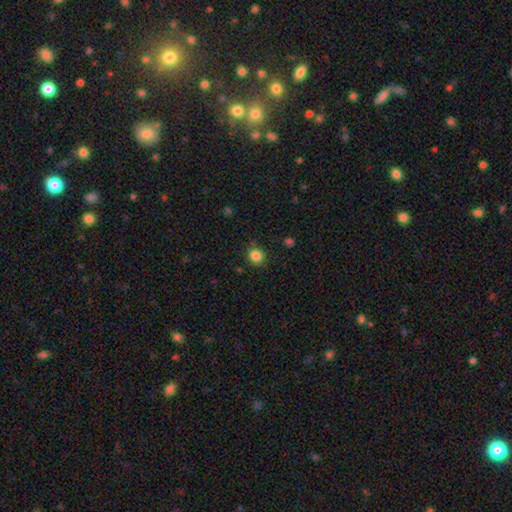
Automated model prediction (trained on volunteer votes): This appears to be a smooth galaxy with no disk features (85%) that is round (86%). Merging: none (87%).